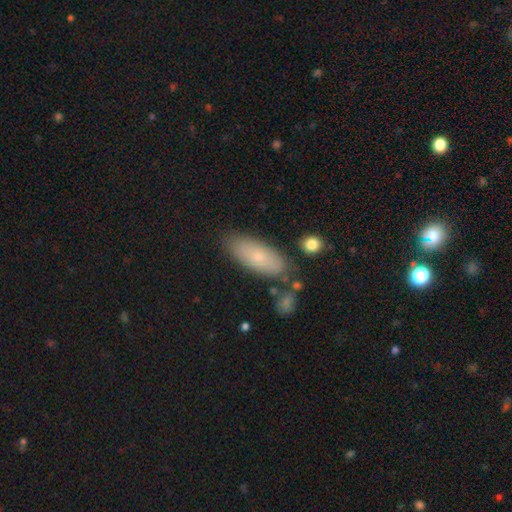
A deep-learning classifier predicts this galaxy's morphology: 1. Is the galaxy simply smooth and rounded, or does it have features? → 76% smooth, 17% featured or disk, 7% star or artifact.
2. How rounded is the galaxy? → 76% in between, 21% cigar-shaped, 3% round.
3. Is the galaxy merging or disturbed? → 78% none, 14% minor disturbance, 5% merger, 3% major disturbance.